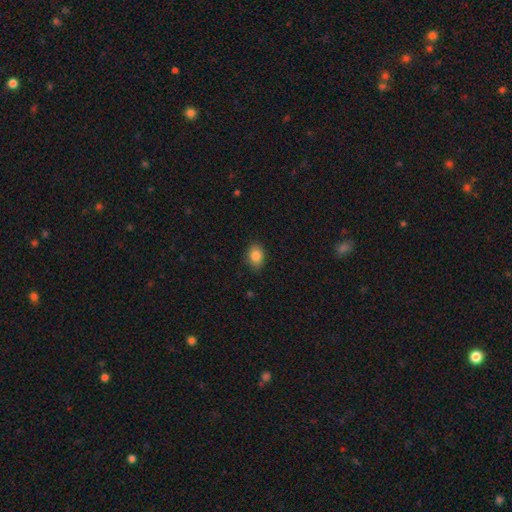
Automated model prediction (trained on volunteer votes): Smooth or featured: smooth — 85% (star or artifact — 9%)
How rounded: in between — 69% (round — 30%)
Merging: none — 81% (minor disturbance — 15%)